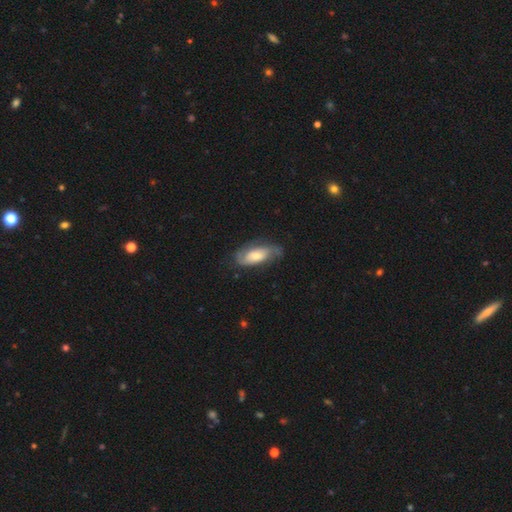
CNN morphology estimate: smooth-or-featured: featured or disk: 52% | smooth: 42% | star or artifact: 6%
  disk-edge-on: no: 88% | yes: 12%
  merging: none: 61% | minor disturbance: 26% | major disturbance: 11% | merger: 2%